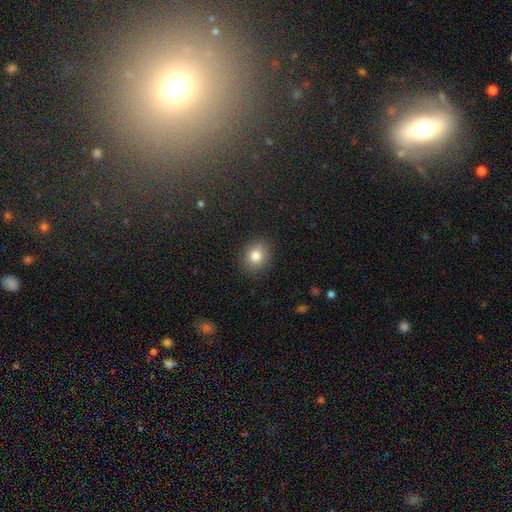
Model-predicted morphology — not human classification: Smooth or featured?
  - smooth: 82% *
  - star or artifact: 10%
  - featured or disk: 8%
How rounded?
  - round: 60% *
  - in between: 39%
  - cigar-shaped: 1%
Merging?
  - none: 87% *
  - minor disturbance: 9%
  - major disturbance: 3%
  - merger: 1%